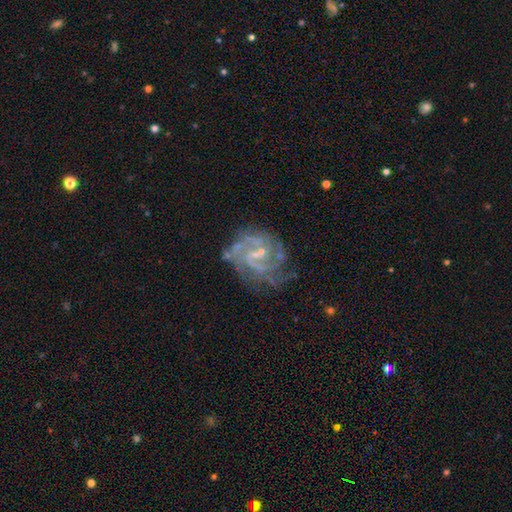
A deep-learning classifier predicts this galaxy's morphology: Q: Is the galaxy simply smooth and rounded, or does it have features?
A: featured or disk — 86%.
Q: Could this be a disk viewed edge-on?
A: no — 98%.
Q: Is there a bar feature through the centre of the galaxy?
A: weak — 54%.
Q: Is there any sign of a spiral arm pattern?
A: yes — 94%.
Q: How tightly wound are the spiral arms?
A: medium — 45%.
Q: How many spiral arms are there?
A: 2 — 39%.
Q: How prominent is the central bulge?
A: small — 68%.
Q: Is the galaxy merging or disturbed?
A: none — 62%.